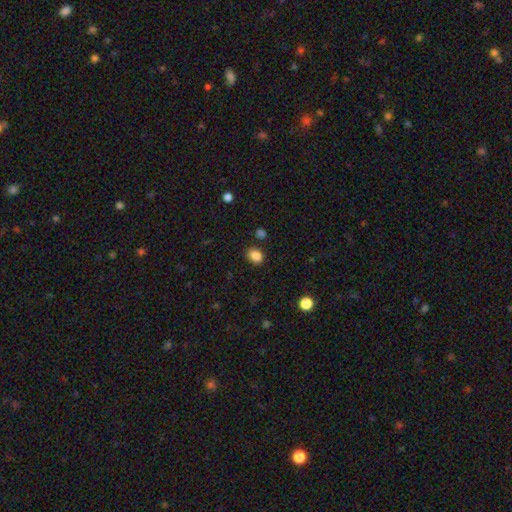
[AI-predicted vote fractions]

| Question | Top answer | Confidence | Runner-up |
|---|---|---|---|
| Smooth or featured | smooth | 86% | star or artifact (10%) |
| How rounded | in between | 61% | round (38%) |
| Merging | none | 84% | minor disturbance (10%) |